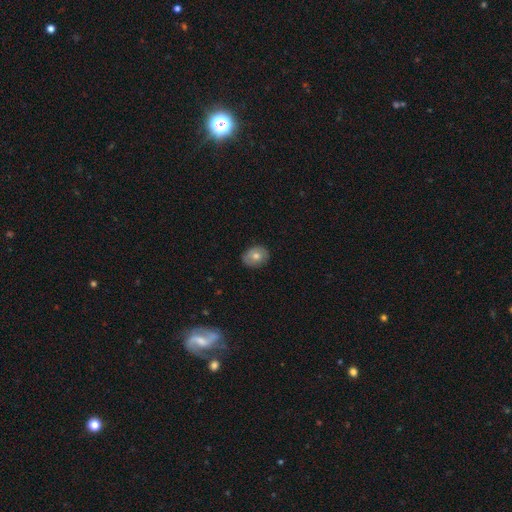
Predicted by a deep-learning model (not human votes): Smooth or featured: smooth — 66% (featured or disk — 26%)
How rounded: in between — 53% (round — 46%)
Merging: none — 84% (minor disturbance — 13%)